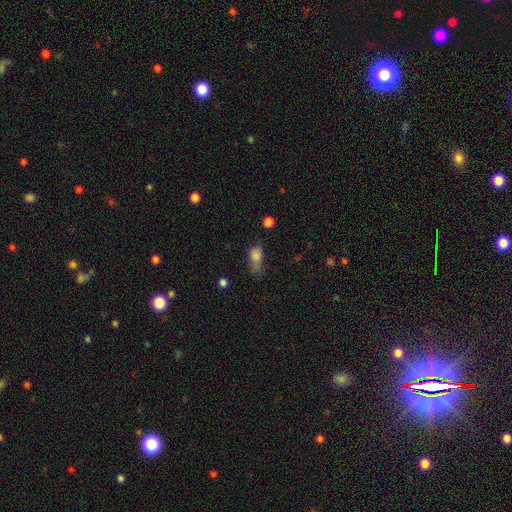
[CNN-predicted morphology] type=smooth (80%); roundness=in between (78%); merging=minor disturbance (36%).